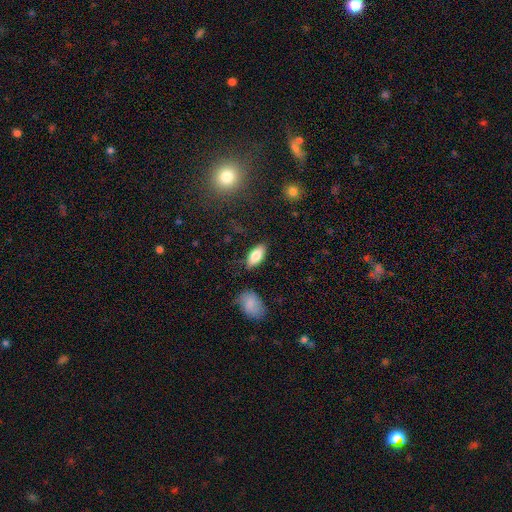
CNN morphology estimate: Smooth or featured? Predicted: smooth (p=0.81). How rounded? Predicted: in between (p=0.85). Merging? Predicted: none (p=0.84).